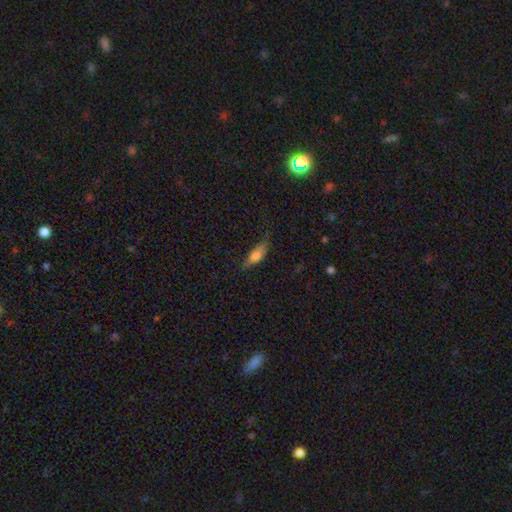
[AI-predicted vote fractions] smooth-or-featured: smooth: 74% | featured or disk: 19% | star or artifact: 8%
  how-rounded: in between: 67% | cigar-shaped: 30% | round: 3%
  merging: none: 64% | minor disturbance: 27% | major disturbance: 7% | merger: 2%